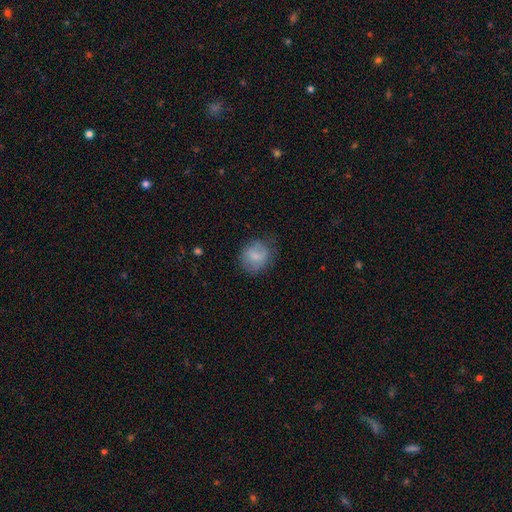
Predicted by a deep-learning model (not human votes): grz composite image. It shows a smooth galaxy with no disk features (73%) that is round (71%). Merging: none (69%).